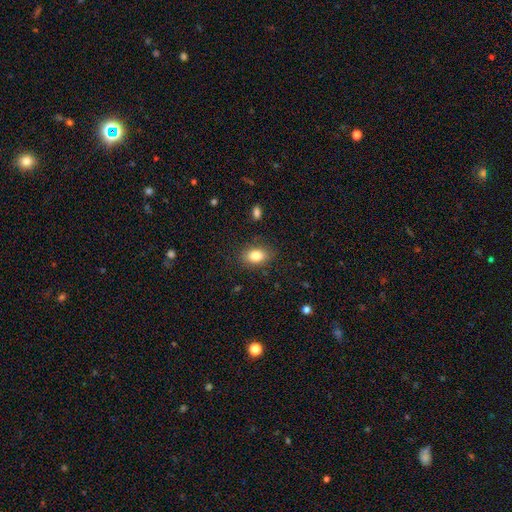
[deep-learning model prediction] The model was most divided on "how rounded": in between: 82%, round: 16%, cigar-shaped: 2%. More confident: merging — none (85%); smooth or featured — smooth (82%).